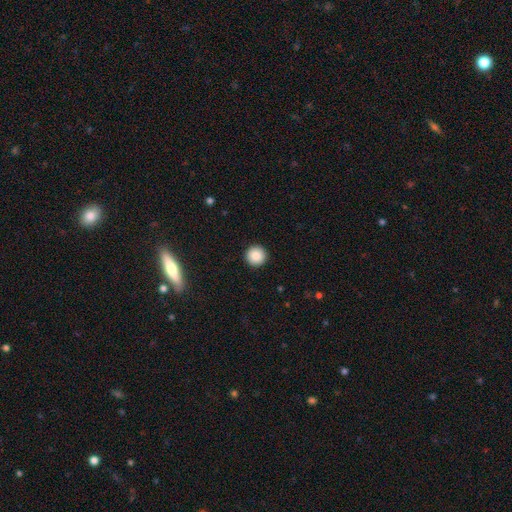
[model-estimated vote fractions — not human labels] Morphology: type=smooth (87%); roundness=round (96%); merging=none (93%).